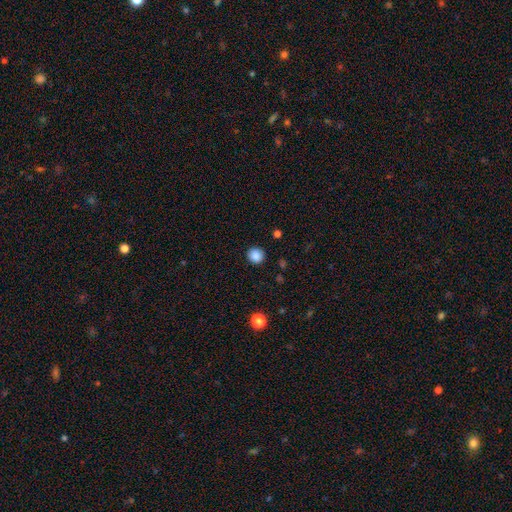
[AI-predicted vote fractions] Q: Smooth or featured?
A: smooth (87%); runner-up: star or artifact (10%)
Q: How rounded?
A: round (91%); runner-up: in between (9%)
Q: Merging?
A: none (91%); runner-up: minor disturbance (6%)